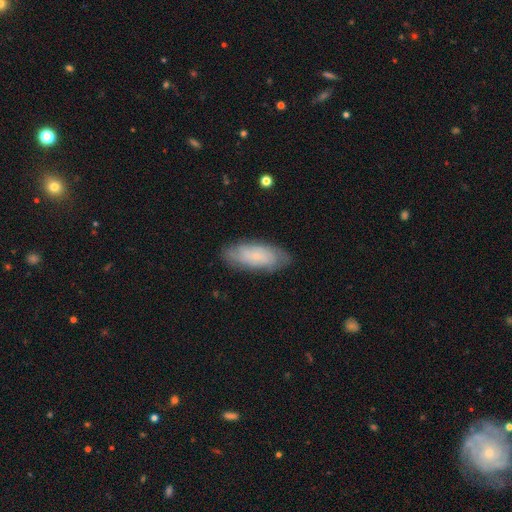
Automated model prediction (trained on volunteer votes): The model was most divided on "smooth or featured": smooth: 47%, featured or disk: 46%, star or artifact: 7%. More confident: merging — none (80%).